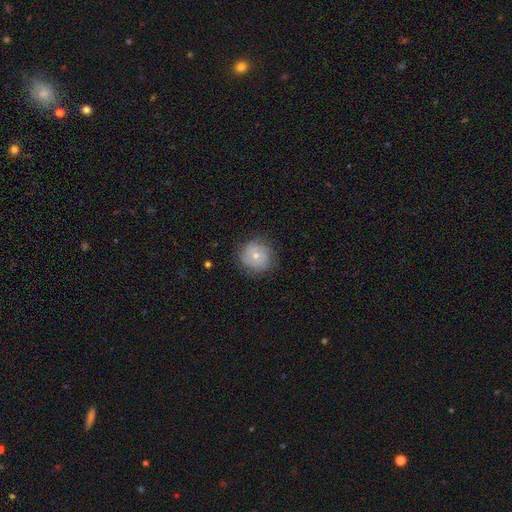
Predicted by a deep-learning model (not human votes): This appears to be a smooth galaxy with no disk features (51%) that is round (91%). Merging: none (76%).